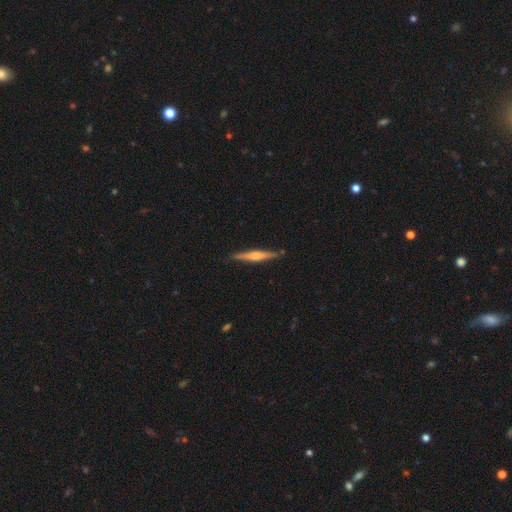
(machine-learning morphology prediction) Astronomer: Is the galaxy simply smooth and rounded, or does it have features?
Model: featured or disk — 59% (runner-up: smooth, 36%).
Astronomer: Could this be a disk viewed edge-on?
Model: yes — 97%.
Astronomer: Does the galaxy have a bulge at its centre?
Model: rounded — 67%.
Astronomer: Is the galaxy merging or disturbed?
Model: none — 87%.